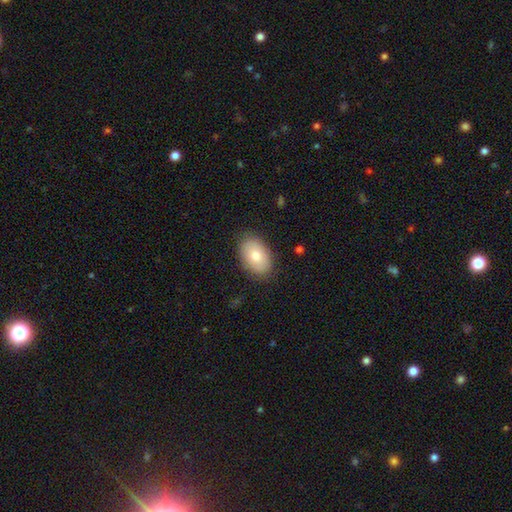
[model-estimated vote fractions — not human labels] smooth 77%, featured or disk 16%, star or artifact 7%. Down the decision tree: how rounded — in between (89%); merging — none (84%).